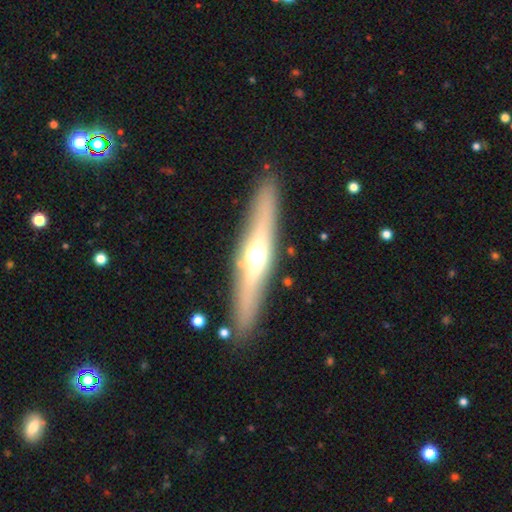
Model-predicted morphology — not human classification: Q: Smooth or featured?
A: featured or disk (60%); runner-up: smooth (33%)
Q: Edge-on disk?
A: yes (91%); runner-up: no (9%)
Q: Edge-on bulge?
A: rounded (91%); runner-up: none (5%)
Q: Merging?
A: none (88%); runner-up: minor disturbance (8%)